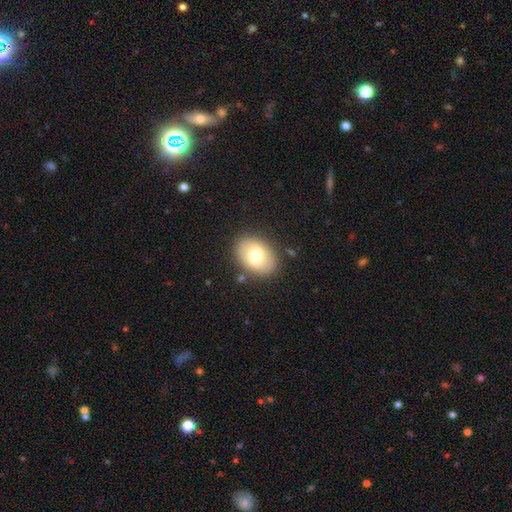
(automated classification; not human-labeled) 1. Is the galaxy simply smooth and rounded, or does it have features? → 66% smooth, 26% featured or disk, 8% star or artifact.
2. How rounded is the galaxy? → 74% in between, 25% round, 1% cigar-shaped.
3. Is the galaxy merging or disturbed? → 84% none, 10% minor disturbance, 3% major disturbance, 2% merger.